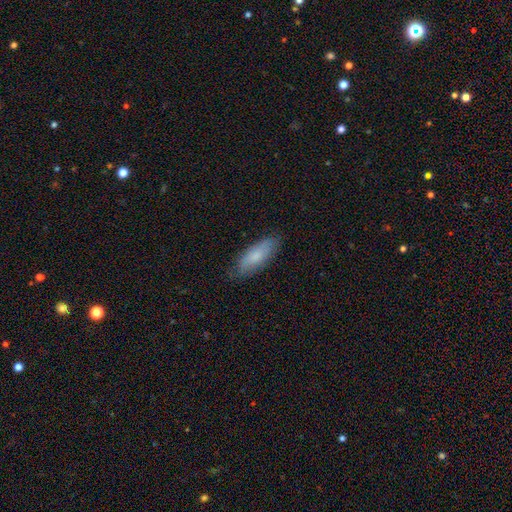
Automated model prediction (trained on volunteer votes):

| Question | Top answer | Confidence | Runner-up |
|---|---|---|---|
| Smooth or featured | smooth | 76% | featured or disk (18%) |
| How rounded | in between | 65% | cigar-shaped (34%) |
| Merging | none | 80% | minor disturbance (16%) |